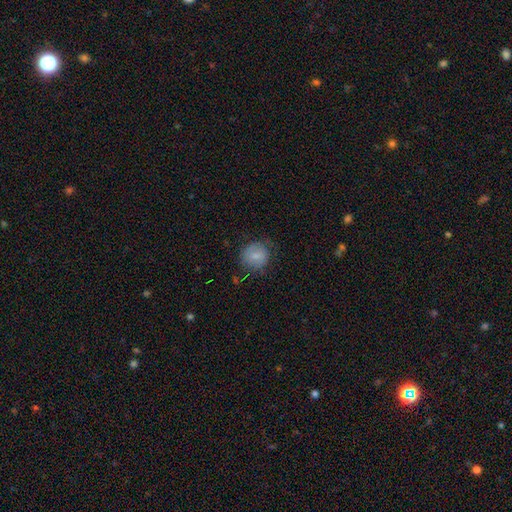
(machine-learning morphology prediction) Smooth or featured? smooth (80%)
How rounded? round (85%)
Merging? none (70%)